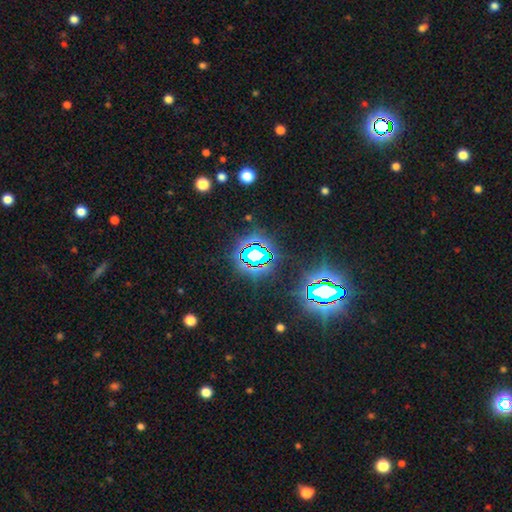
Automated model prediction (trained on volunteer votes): Smooth or featured: star or artifact — 75% (smooth — 14%)